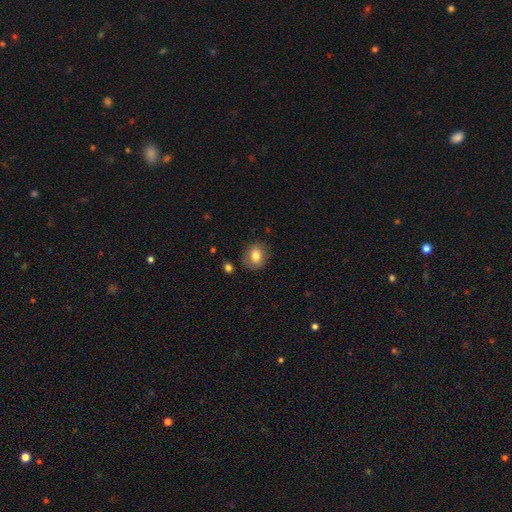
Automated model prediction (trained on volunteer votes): Overall: smooth (78%). How rounded: round (66%; in between 33%). Merging: none (81%).